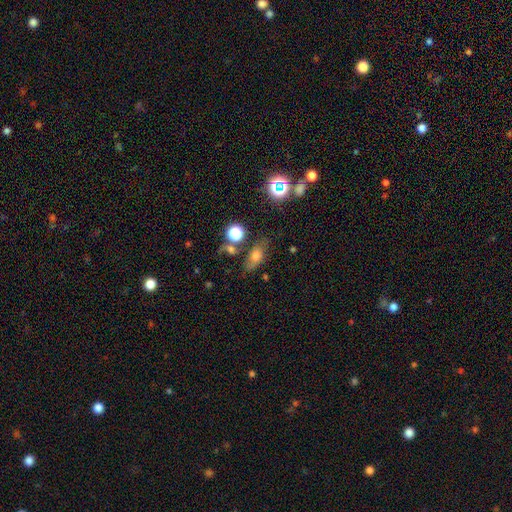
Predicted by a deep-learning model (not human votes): Overall: smooth (61%; featured or disk 23%). How rounded: in between (70%). Merging: none (64%).